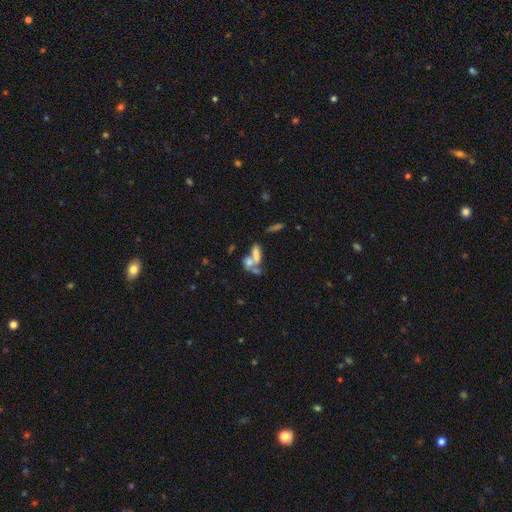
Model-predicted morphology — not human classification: Smooth or featured?
  - smooth: 59% *
  - featured or disk: 28%
  - star or artifact: 13%
How rounded?
  - in between: 72% *
  - cigar-shaped: 16%
  - round: 12%
Merging?
  - merger: 57% *
  - none: 25%
  - minor disturbance: 9%
  - major disturbance: 9%